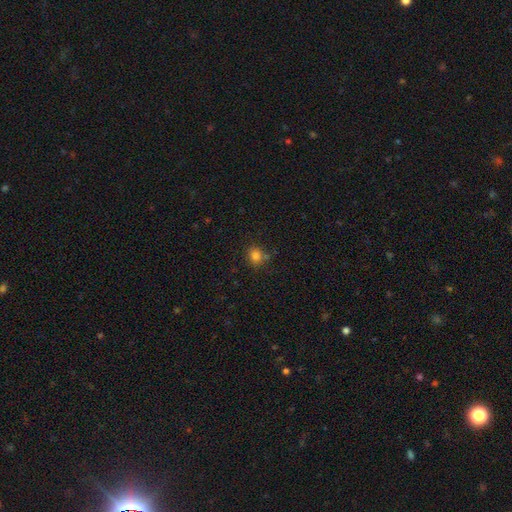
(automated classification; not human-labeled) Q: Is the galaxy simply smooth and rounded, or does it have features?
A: smooth — 81%.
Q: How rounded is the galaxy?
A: round — 77%.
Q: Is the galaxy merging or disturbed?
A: none — 72%.